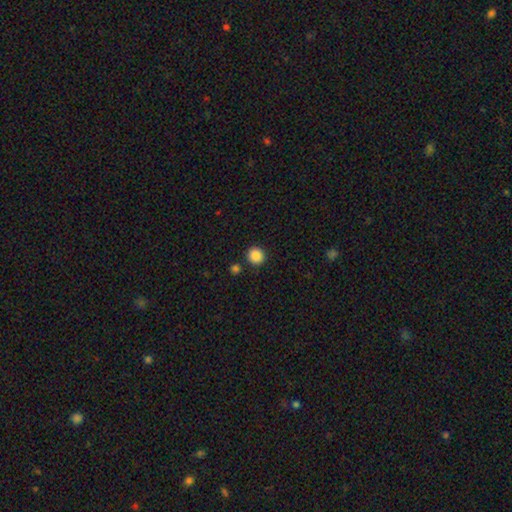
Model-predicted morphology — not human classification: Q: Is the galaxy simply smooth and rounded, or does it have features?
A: smooth — 88%.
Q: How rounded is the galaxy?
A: round — 93%.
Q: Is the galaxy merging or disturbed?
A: none — 89%.